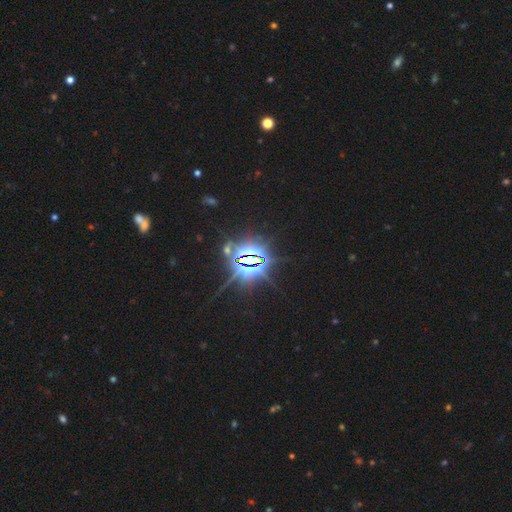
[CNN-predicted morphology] Smooth or featured?
  - star or artifact: 85% *
  - smooth: 9%
  - featured or disk: 6%